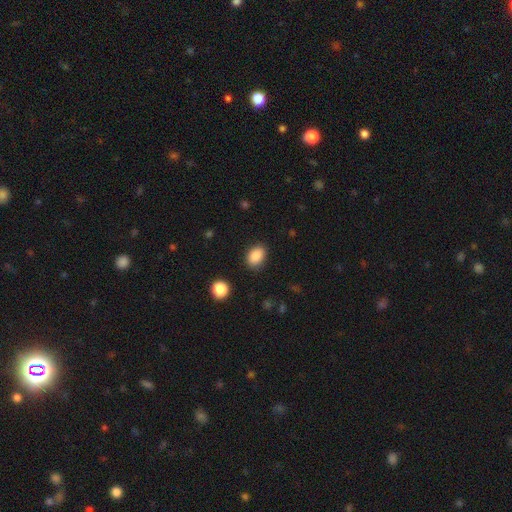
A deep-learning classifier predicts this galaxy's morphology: Q: Smooth or featured?
A: smooth (87%); runner-up: star or artifact (9%)
Q: How rounded?
A: in between (78%); runner-up: round (21%)
Q: Merging?
A: none (86%); runner-up: minor disturbance (10%)